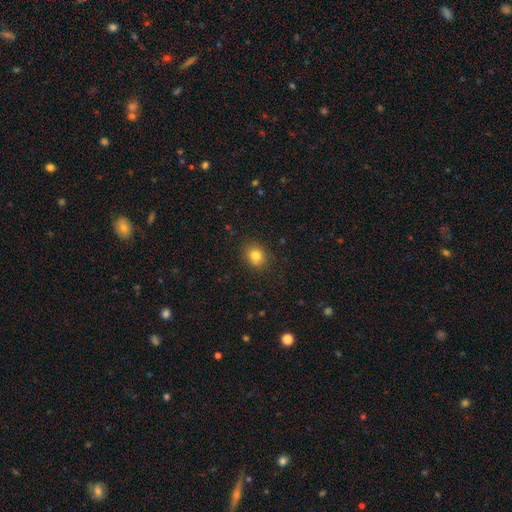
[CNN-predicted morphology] Overall: smooth (81%). How rounded: round (61%; in between 38%). Merging: none (86%).